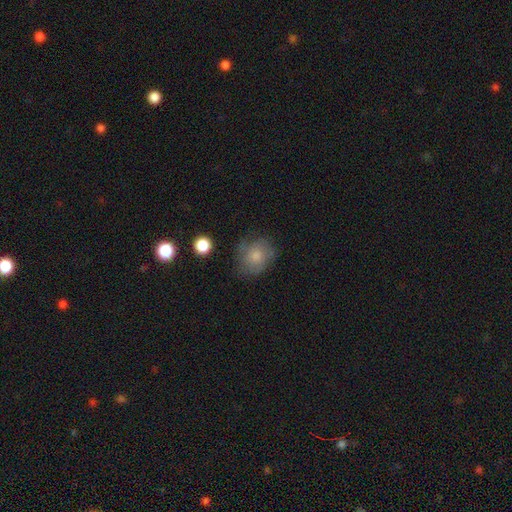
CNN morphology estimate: smooth-or-featured: smooth: 68% | featured or disk: 22% | star or artifact: 9%
  how-rounded: round: 70% | in between: 29% | cigar-shaped: 1%
  merging: none: 59% | minor disturbance: 26% | major disturbance: 13% | merger: 2%